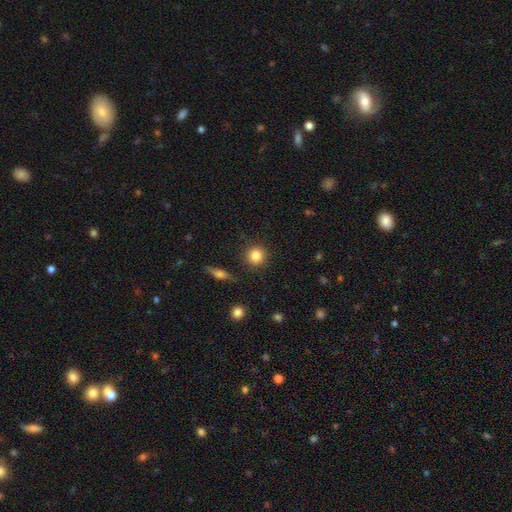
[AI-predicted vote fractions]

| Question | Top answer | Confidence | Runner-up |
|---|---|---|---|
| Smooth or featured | smooth | 85% | star or artifact (10%) |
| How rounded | round | 92% | in between (7%) |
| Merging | none | 88% | minor disturbance (7%) |